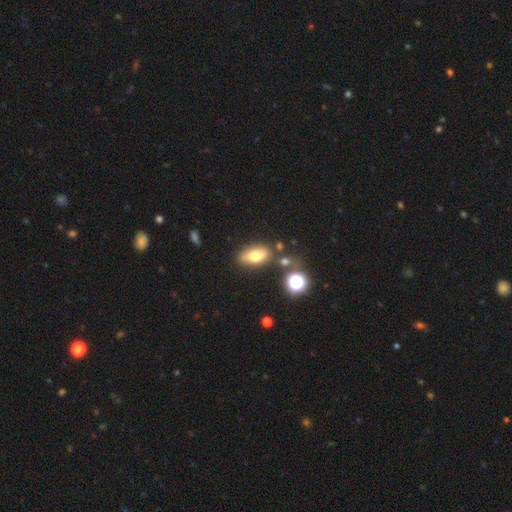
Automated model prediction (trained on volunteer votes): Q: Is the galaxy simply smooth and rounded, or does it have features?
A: smooth — 69%.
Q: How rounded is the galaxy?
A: in between — 83%.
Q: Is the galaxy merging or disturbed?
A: none — 74%.